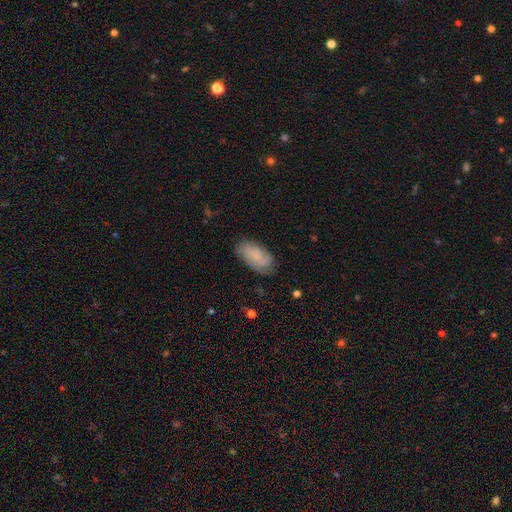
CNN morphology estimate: A smooth galaxy with no disk features (55%) that is in between round and cigar-shaped (92%). Merging: none (74%).